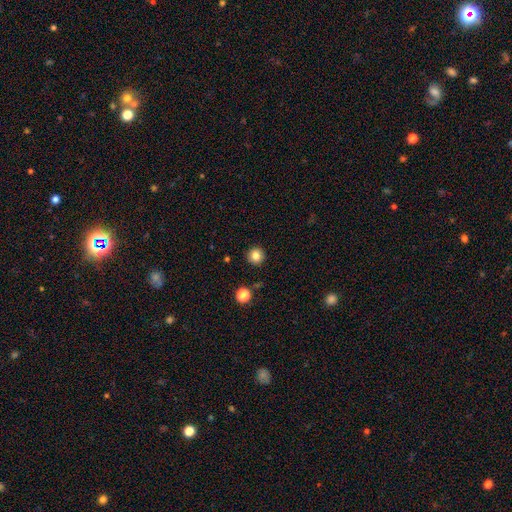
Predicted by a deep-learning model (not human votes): A smooth galaxy with no disk features (83%) that is round (95%).

Vote fractions:
- Smooth or featured? smooth: 83% / star or artifact: 11% / featured or disk: 6%
- How rounded? round: 95% / in between: 4% / cigar-shaped: 1%
- Merging? none: 91% / minor disturbance: 5% / major disturbance: 2% / merger: 2%